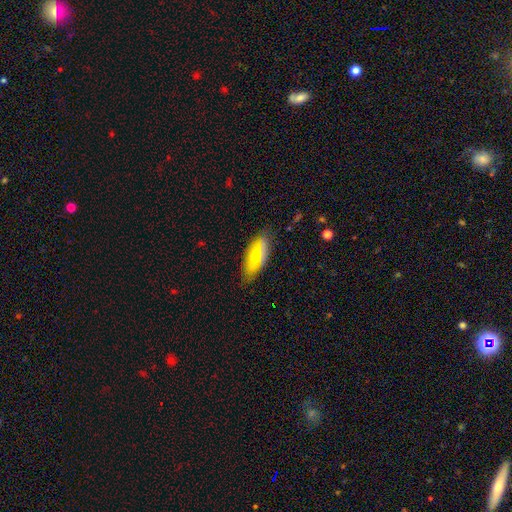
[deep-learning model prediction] smooth 61%, featured or disk 27%, star or artifact 12%. Down the decision tree: how rounded — in between (81%); merging — none (79%).